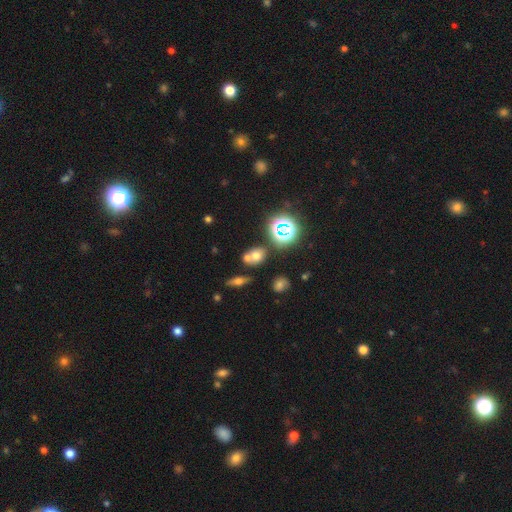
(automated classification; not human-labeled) A smooth galaxy with no disk features (56%) that is round (53%).

Vote fractions:
- Smooth or featured? smooth: 56% / star or artifact: 28% / featured or disk: 16%
- How rounded? round: 53% / in between: 44% / cigar-shaped: 3%
- Merging? none: 54% / merger: 32% / minor disturbance: 9% / major disturbance: 4%